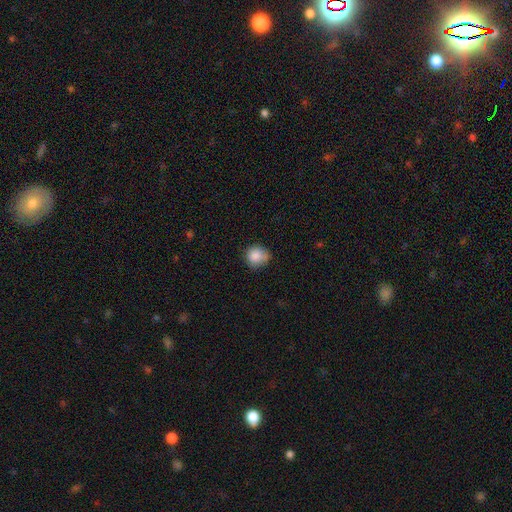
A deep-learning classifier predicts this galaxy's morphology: Smooth or featured: smooth — 86% (star or artifact — 9%)
How rounded: round — 87% (in between — 12%)
Merging: none — 69% (minor disturbance — 25%)